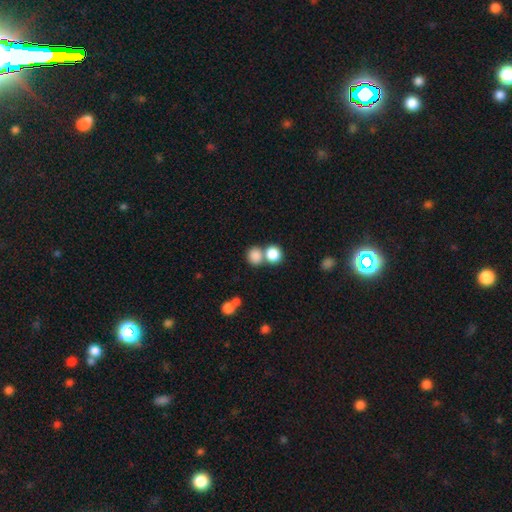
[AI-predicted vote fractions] smooth_or_featured: smooth (p=0.83) [alt: star or artifact p=0.11]
how_rounded: round (p=0.80) [alt: in between p=0.19]
merging: none (p=0.50) [alt: merger p=0.39]